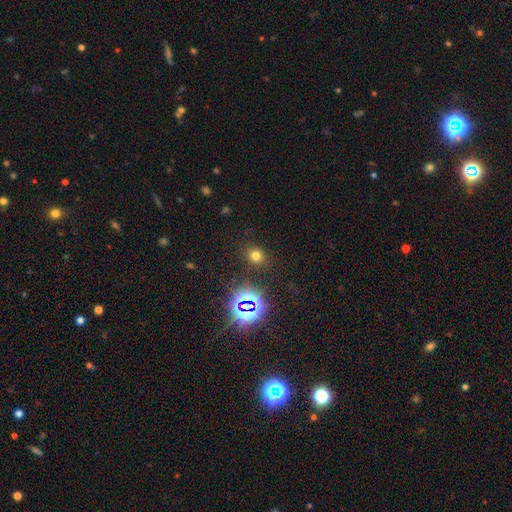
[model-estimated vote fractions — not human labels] This is likely a smooth galaxy (67%). How rounded: likely round (72%). Merging: clearly none (86%).